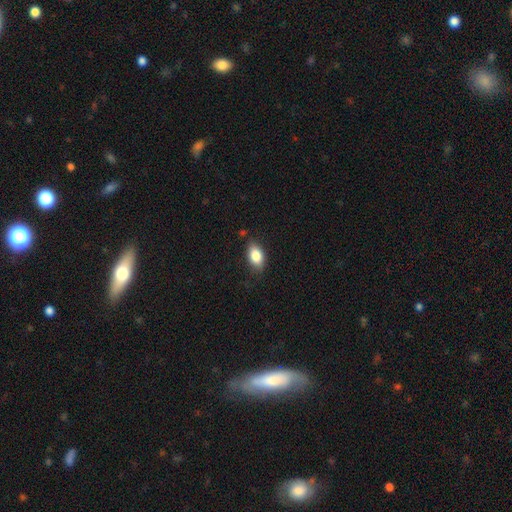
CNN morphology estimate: Smooth or featured?
  - smooth: 84% *
  - featured or disk: 9%
  - star or artifact: 8%
How rounded?
  - in between: 88% *
  - round: 9%
  - cigar-shaped: 3%
Merging?
  - none: 79% *
  - minor disturbance: 16%
  - major disturbance: 3%
  - merger: 2%